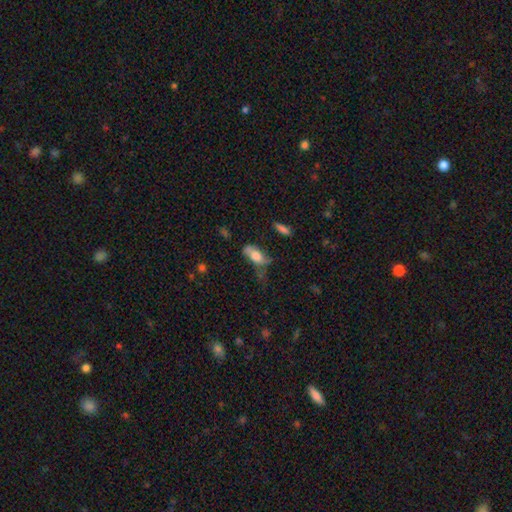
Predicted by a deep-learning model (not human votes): smooth 64%, featured or disk 28%, star or artifact 8%. Down the decision tree: how rounded — in between (81%); merging — none (37%).